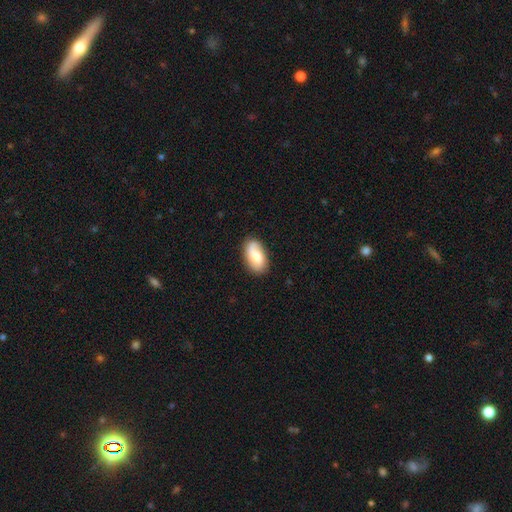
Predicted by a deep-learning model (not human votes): A smooth galaxy with no disk features (62%) that is in between round and cigar-shaped (93%).

Vote fractions:
- Smooth or featured? smooth: 62% / featured or disk: 31% / star or artifact: 7%
- How rounded? in between: 93% / round: 4% / cigar-shaped: 3%
- Merging? none: 80% / minor disturbance: 15% / major disturbance: 4% / merger: 1%